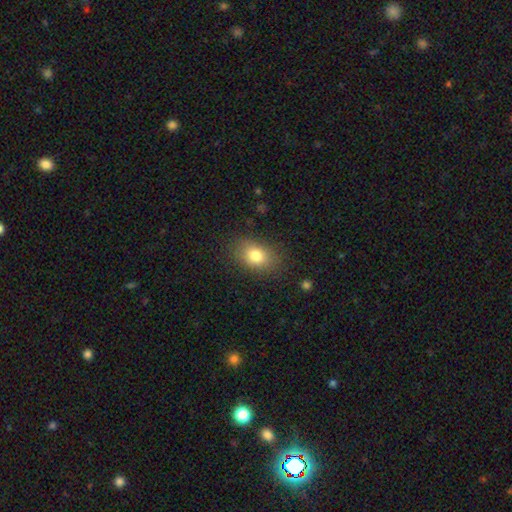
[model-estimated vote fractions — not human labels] smooth 80%, featured or disk 10%, star or artifact 10%. Down the decision tree: how rounded — in between (77%); merging — none (82%).